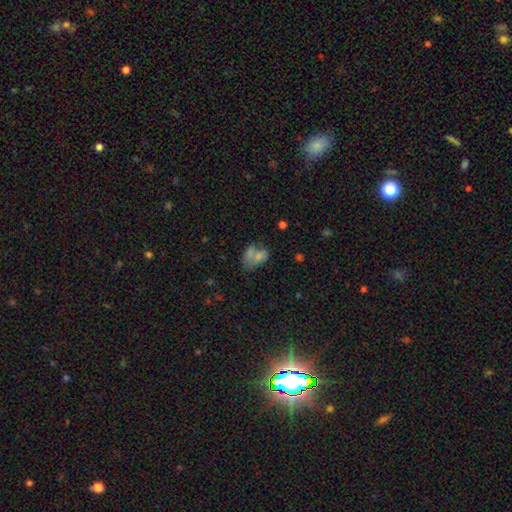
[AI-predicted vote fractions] The model was most divided on "merging": merger: 43%, none: 26%, minor disturbance: 17%, major disturbance: 14%. More confident: how rounded — in between (82%); smooth or featured — smooth (66%).